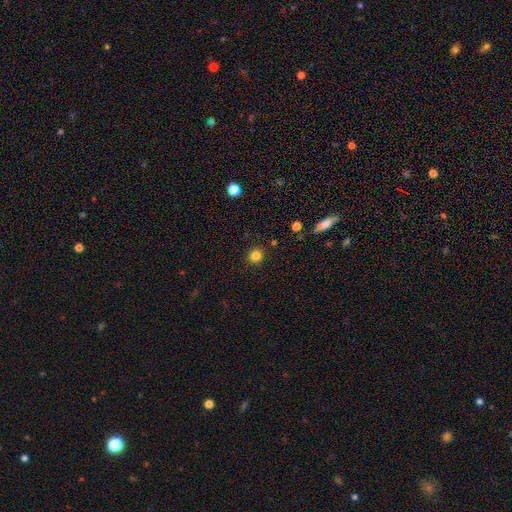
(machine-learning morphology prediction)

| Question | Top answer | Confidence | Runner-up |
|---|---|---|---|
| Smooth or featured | smooth | 83% | star or artifact (12%) |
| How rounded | round | 91% | in between (7%) |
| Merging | none | 90% | minor disturbance (6%) |